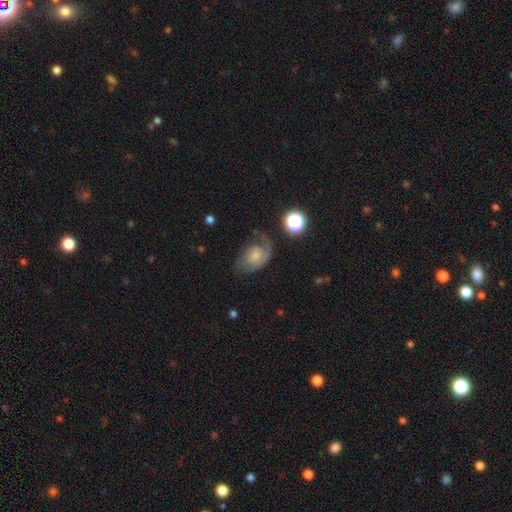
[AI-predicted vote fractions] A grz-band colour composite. It shows a featured or disk galaxy (59%) with no bar (71%), spiral arms (86%) and a small central bulge (34%). Merging: none (45%).